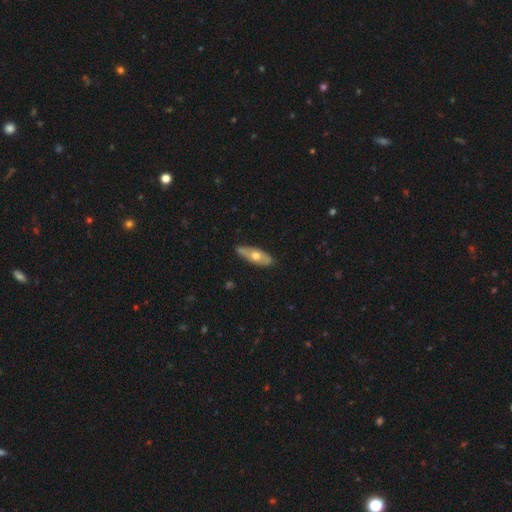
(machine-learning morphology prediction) Smooth or featured? smooth (49%)
Merging? none (81%)